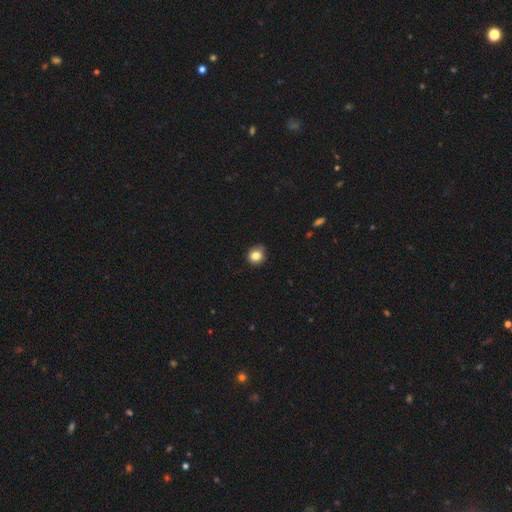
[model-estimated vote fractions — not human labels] A smooth galaxy with no disk features (82%) that is round (85%).

Vote fractions:
- Smooth or featured? smooth: 82% / star or artifact: 11% / featured or disk: 7%
- How rounded? round: 85% / in between: 14% / cigar-shaped: 1%
- Merging? none: 78% / minor disturbance: 17% / major disturbance: 3% / merger: 2%